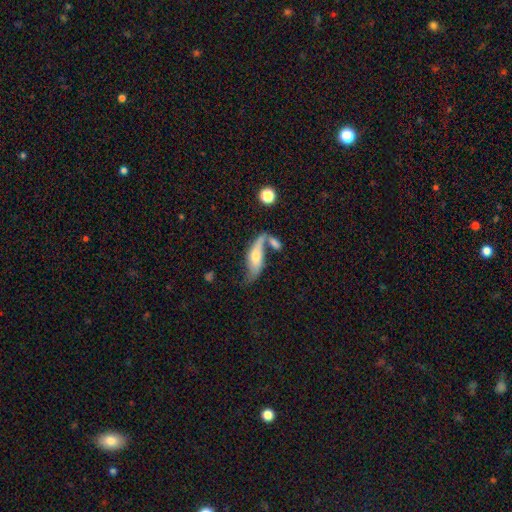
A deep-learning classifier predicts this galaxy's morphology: Smooth or featured? Predicted: featured or disk (p=0.59). Edge-on disk? Predicted: no (p=0.64). Merging? Predicted: none (p=0.39).